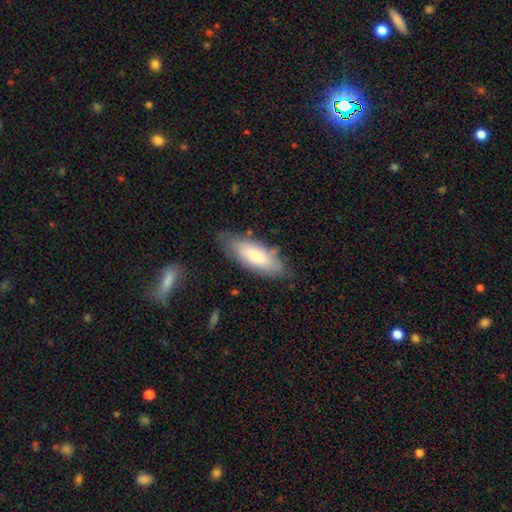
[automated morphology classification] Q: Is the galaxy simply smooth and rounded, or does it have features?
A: smooth — 69%.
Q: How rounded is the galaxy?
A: in between — 73%.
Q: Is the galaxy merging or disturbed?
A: none — 74%.